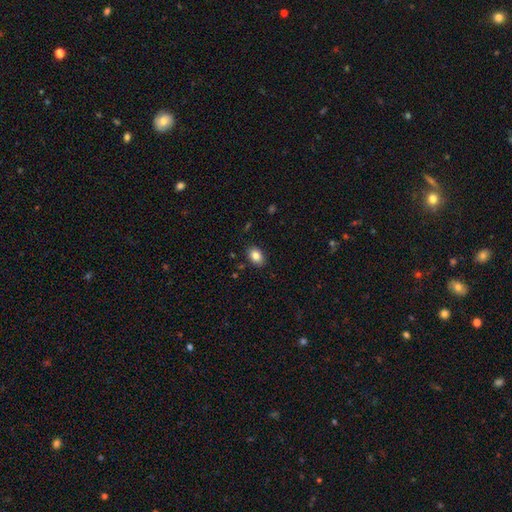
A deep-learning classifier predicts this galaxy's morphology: A smooth galaxy with no disk features (85%) that is in between round and cigar-shaped (79%).

Vote fractions:
- Smooth or featured? smooth: 85% / star or artifact: 9% / featured or disk: 7%
- How rounded? in between: 79% / round: 20% / cigar-shaped: 1%
- Merging? none: 87% / minor disturbance: 9% / major disturbance: 2% / merger: 1%